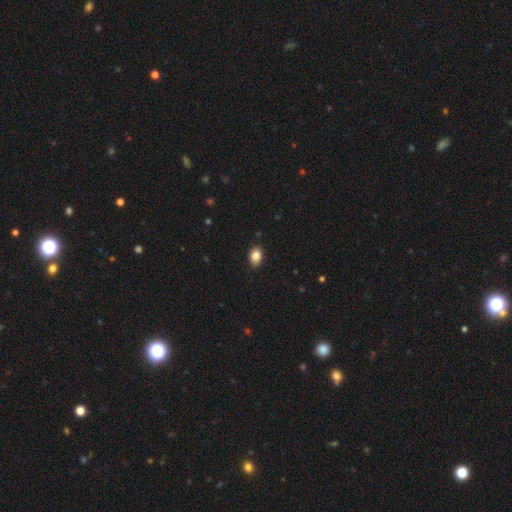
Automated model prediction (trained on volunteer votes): Smooth or featured: smooth — 86% (star or artifact — 9%)
How rounded: in between — 77% (round — 22%)
Merging: none — 87% (minor disturbance — 10%)